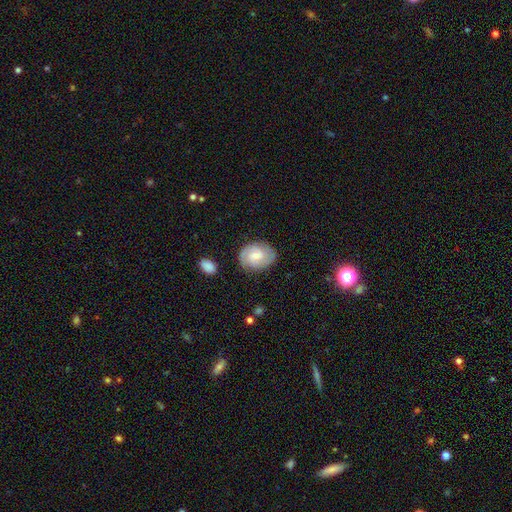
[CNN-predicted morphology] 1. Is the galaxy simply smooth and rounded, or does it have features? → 54% featured or disk, 40% smooth, 7% star or artifact.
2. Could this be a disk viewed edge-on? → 97% no, 3% yes.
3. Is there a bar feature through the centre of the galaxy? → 49% no, 44% weak, 7% strong.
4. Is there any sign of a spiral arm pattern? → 87% yes, 13% no.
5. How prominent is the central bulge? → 49% small, 44% moderate, 3% large, 3% none, 1% dominant.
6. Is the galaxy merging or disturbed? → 78% none, 15% minor disturbance, 4% major disturbance, 2% merger.